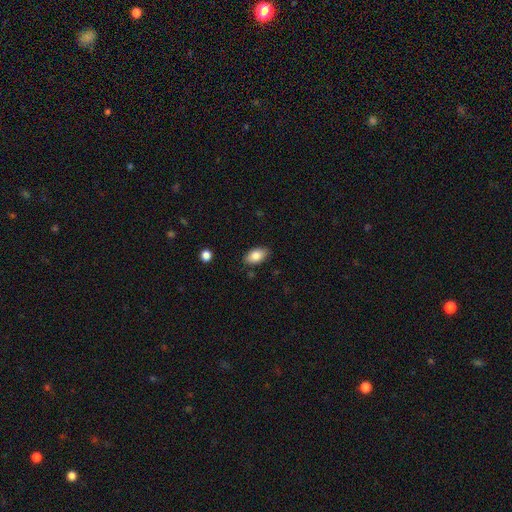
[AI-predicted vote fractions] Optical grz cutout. It shows a smooth galaxy with no disk features (83%) that is in between round and cigar-shaped (92%). Merging: none (85%).